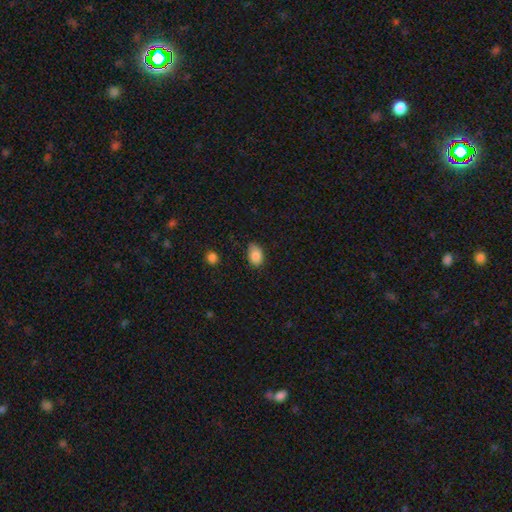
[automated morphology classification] smooth-or-featured: smooth: 86% | star or artifact: 8% | featured or disk: 5%
  how-rounded: in between: 83% | round: 16% | cigar-shaped: 1%
  merging: none: 69% | minor disturbance: 26% | major disturbance: 4% | merger: 2%